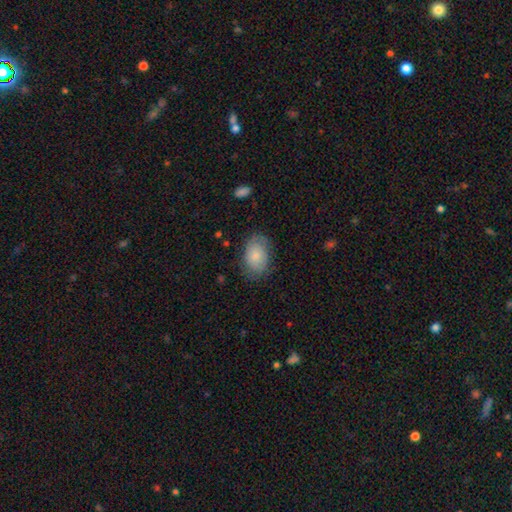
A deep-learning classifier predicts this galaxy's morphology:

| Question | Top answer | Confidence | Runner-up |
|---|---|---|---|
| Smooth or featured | smooth | 78% | featured or disk (15%) |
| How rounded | in between | 85% | round (14%) |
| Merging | none | 74% | minor disturbance (19%) |